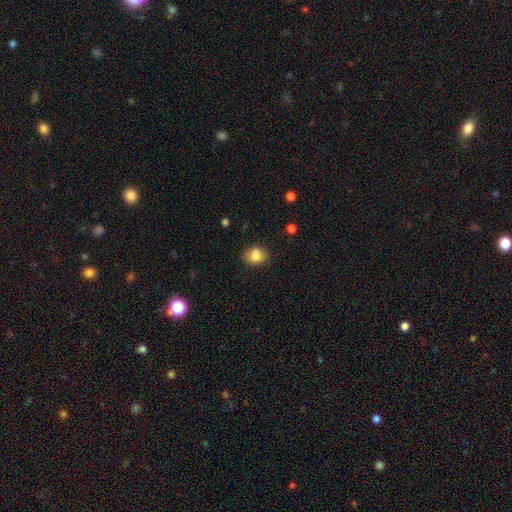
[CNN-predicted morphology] This is clearly a smooth galaxy (82%). How rounded: possibly round (53%). Merging: likely none (72%).